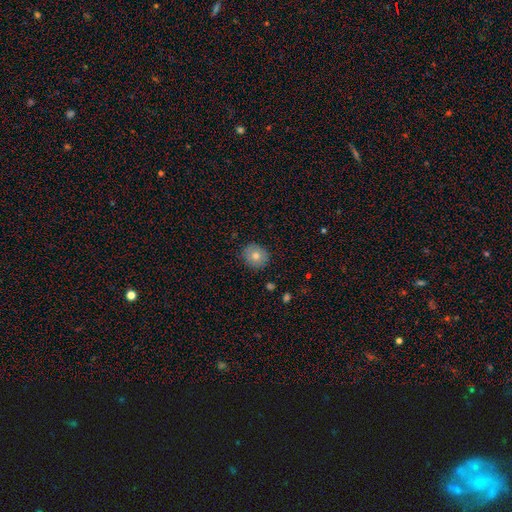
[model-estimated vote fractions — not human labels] Overall: smooth (72%). How rounded: round (83%). Merging: none (87%).